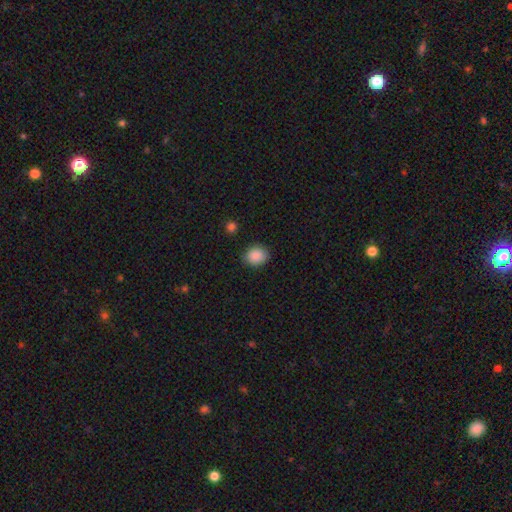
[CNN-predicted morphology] Overall: smooth (88%). How rounded: round (64%; in between 35%). Merging: none (85%).